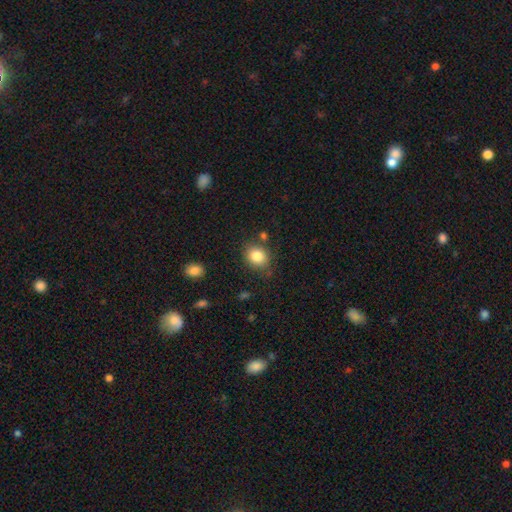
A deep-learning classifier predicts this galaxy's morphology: Smooth or featured: smooth — 84% (star or artifact — 10%)
How rounded: round — 61% (in between — 38%)
Merging: none — 78% (minor disturbance — 13%)